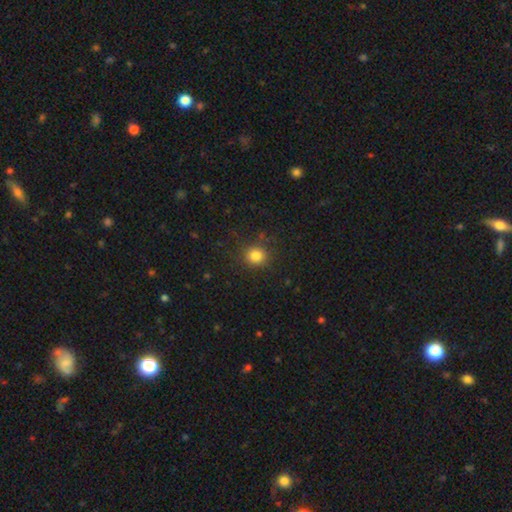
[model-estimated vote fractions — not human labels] A smooth galaxy with no disk features (82%) that is round (89%).

Vote fractions:
- Smooth or featured? smooth: 82% / star or artifact: 13% / featured or disk: 5%
- How rounded? round: 89% / in between: 10% / cigar-shaped: 1%
- Merging? none: 87% / minor disturbance: 8% / major disturbance: 3% / merger: 2%